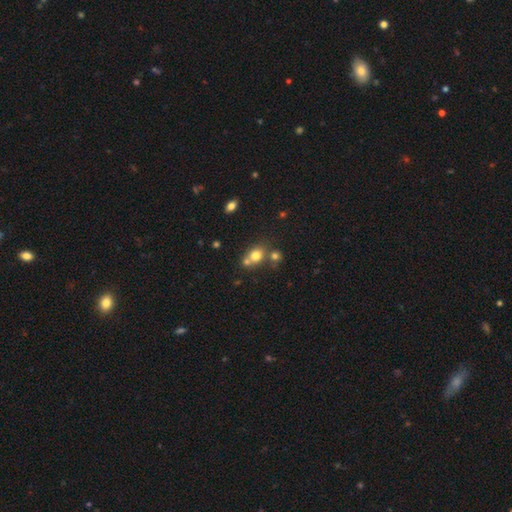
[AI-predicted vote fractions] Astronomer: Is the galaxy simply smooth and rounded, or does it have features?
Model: smooth — 74%.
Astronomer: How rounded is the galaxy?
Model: round — 63%.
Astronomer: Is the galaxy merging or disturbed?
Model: none — 45% (runner-up: merger, 41%).